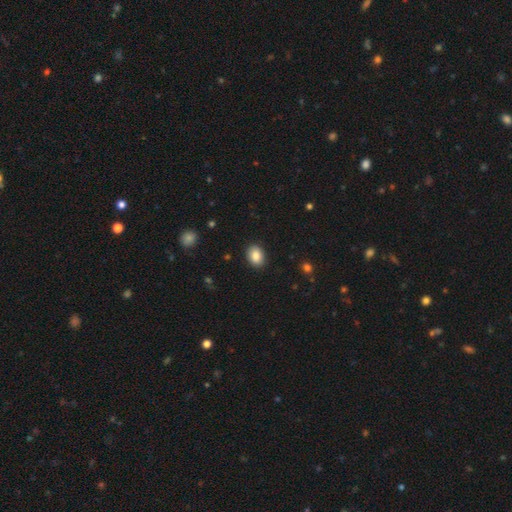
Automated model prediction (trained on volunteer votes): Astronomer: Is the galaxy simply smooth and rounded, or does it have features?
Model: smooth — 87%.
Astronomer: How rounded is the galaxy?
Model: in between — 72%.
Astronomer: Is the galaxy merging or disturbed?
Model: none — 89%.